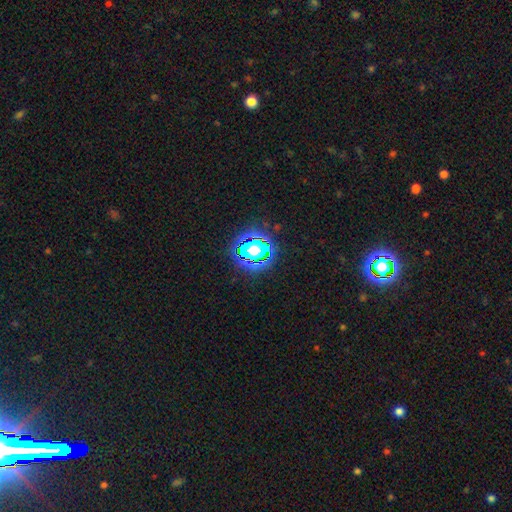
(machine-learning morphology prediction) smooth_or_featured: star or artifact (p=0.77) [alt: smooth p=0.15]